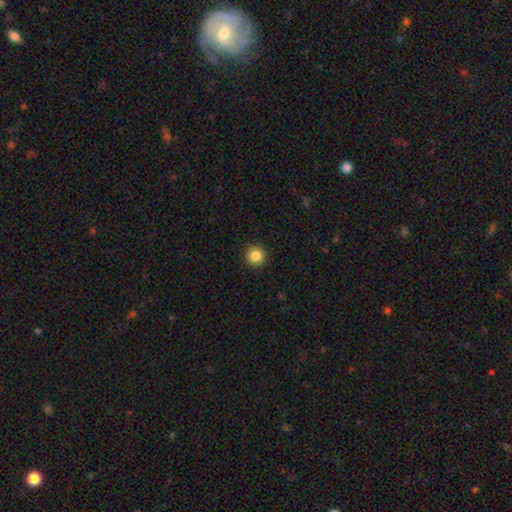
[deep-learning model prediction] Smooth or featured? smooth (86%)
How rounded? round (95%)
Merging? none (92%)